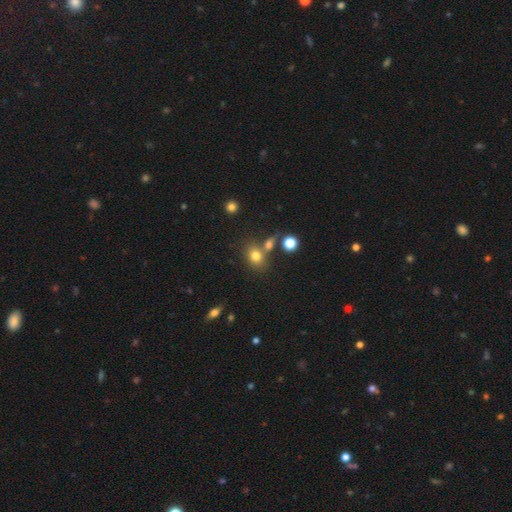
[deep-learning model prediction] The model was most divided on "how rounded": in between: 56%, round: 43%, cigar-shaped: 1%. More confident: smooth or featured — smooth (77%); merging — none (60%).